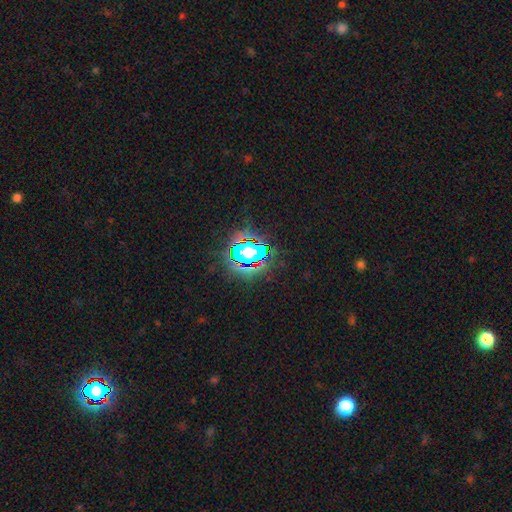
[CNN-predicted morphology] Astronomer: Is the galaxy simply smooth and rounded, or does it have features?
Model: star or artifact — 79%.